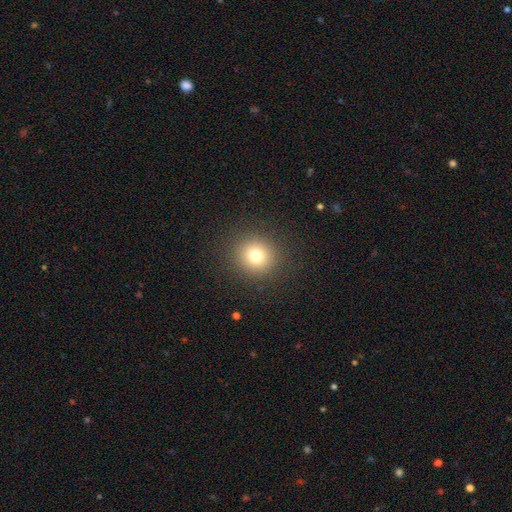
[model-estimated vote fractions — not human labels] This appears to be a smooth galaxy with no disk features (76%) that is round (92%). Merging: none (90%).